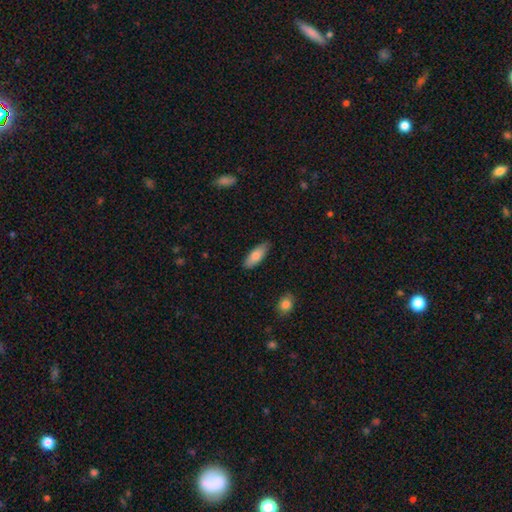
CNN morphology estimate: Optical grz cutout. It shows a smooth galaxy with no disk features (79%) that is in between round and cigar-shaped (72%). Merging: none (82%).